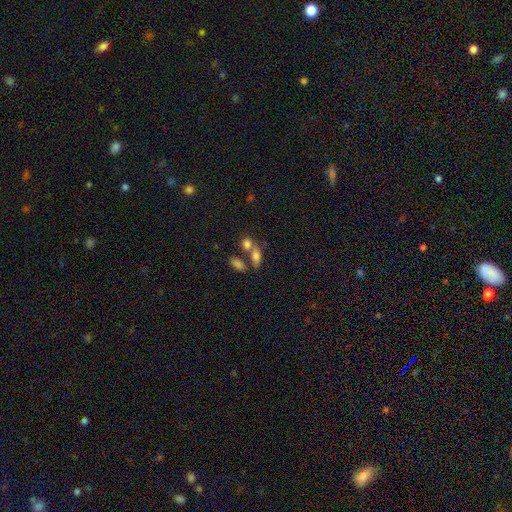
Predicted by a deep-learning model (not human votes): Smooth or featured?
  - smooth: 75% *
  - featured or disk: 14%
  - star or artifact: 11%
How rounded?
  - in between: 79% *
  - round: 14%
  - cigar-shaped: 7%
Merging?
  - merger: 43% *
  - none: 39%
  - minor disturbance: 11%
  - major disturbance: 6%